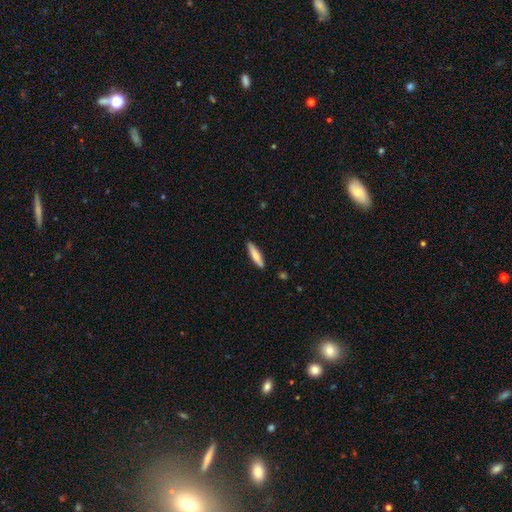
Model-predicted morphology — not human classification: Q: Smooth or featured?
A: smooth (76%); runner-up: featured or disk (18%)
Q: How rounded?
A: cigar-shaped (81%); runner-up: in between (17%)
Q: Merging?
A: none (88%); runner-up: minor disturbance (9%)